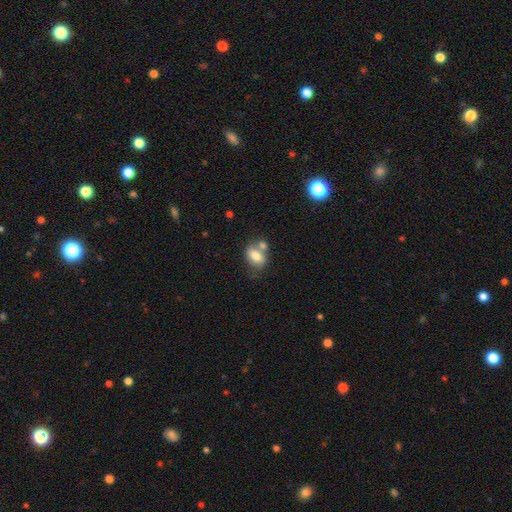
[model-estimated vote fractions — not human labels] Q: Smooth or featured?
A: smooth (75%); runner-up: featured or disk (17%)
Q: How rounded?
A: in between (80%); runner-up: round (18%)
Q: Merging?
A: merger (41%); runner-up: none (39%)